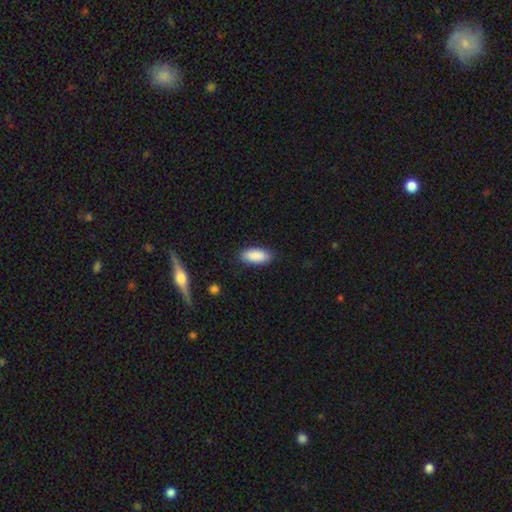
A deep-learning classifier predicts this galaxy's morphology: Smooth or featured?
  - smooth: 89% *
  - star or artifact: 6%
  - featured or disk: 5%
How rounded?
  - in between: 83% *
  - cigar-shaped: 15%
  - round: 2%
Merging?
  - none: 87% *
  - minor disturbance: 10%
  - major disturbance: 2%
  - merger: 1%